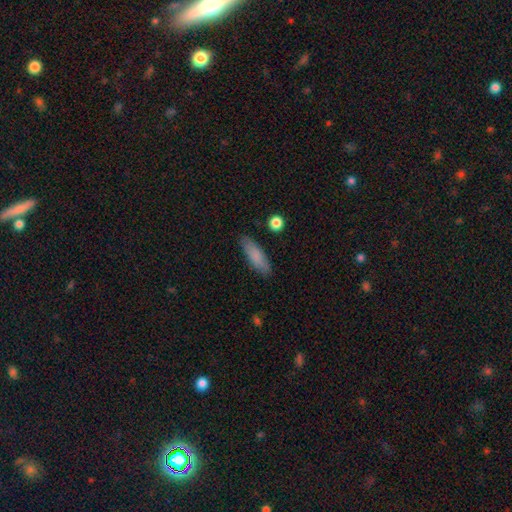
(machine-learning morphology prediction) Overall: smooth (83%). How rounded: in between (51%; cigar-shaped 47%). Merging: none (85%).